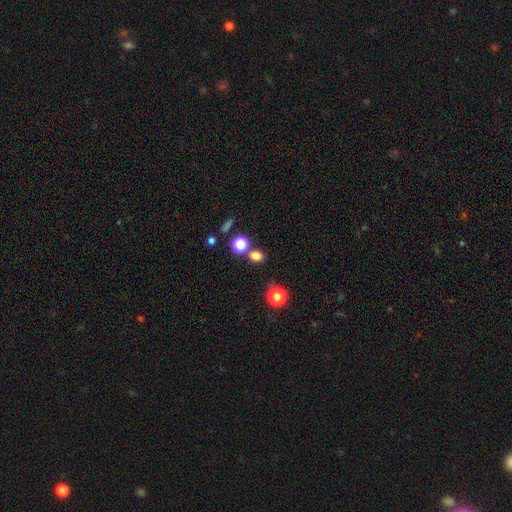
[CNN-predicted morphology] type=smooth (79%); roundness=round (69%); merging=none (68%).